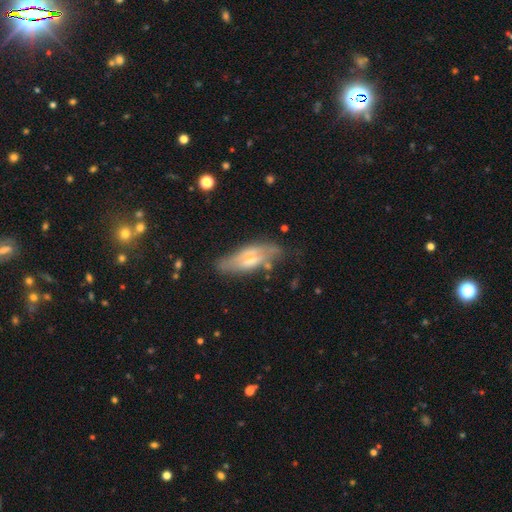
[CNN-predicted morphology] Smooth or featured?
  - featured or disk: 61% *
  - smooth: 31%
  - star or artifact: 8%
Edge-on disk?
  - no: 55% *
  - yes: 45%
Merging?
  - none: 66% *
  - minor disturbance: 23%
  - major disturbance: 7%
  - merger: 3%